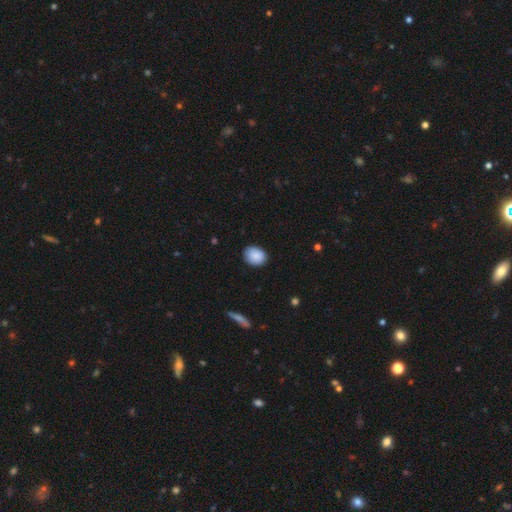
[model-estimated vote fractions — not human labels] Morphology: type=smooth (89%); roundness=in between (52%); merging=none (85%).